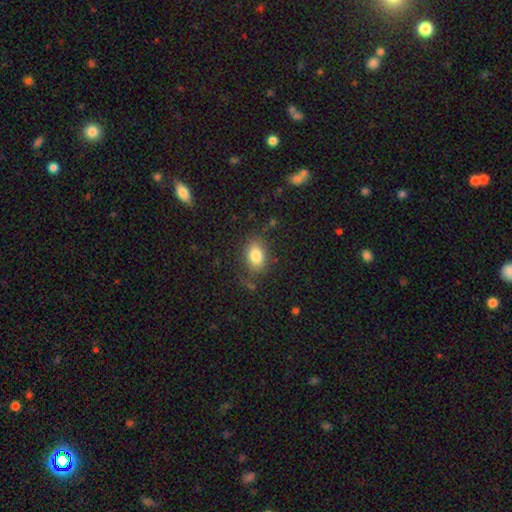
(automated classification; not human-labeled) This appears to be a smooth galaxy with no disk features (83%) that is in between round and cigar-shaped (80%). Merging: none (78%).